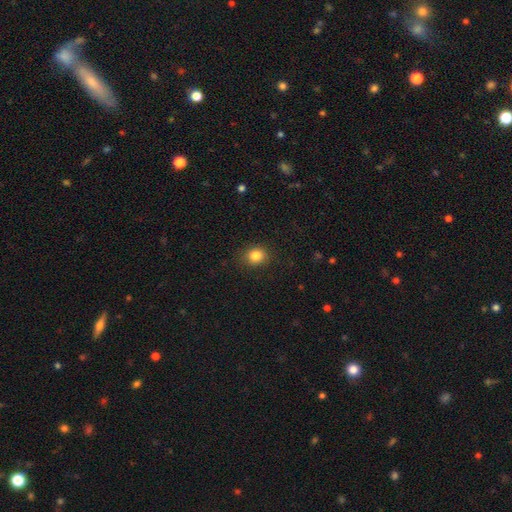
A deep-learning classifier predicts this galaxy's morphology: This appears to be a smooth galaxy with no disk features (84%) that is round (68%). Merging: none (87%).